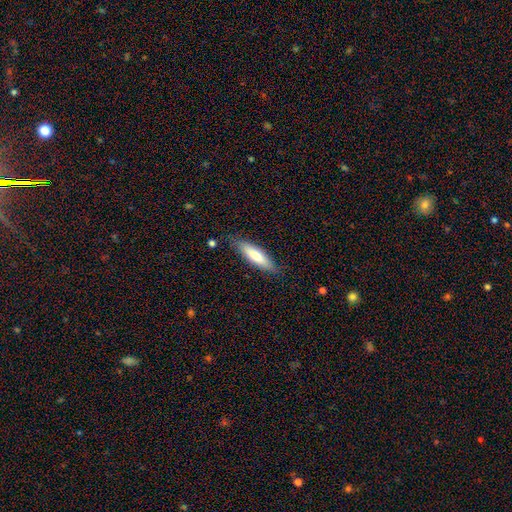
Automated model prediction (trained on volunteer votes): The model was most divided on "how rounded": cigar-shaped: 64%, in between: 35%, round: 1%. More confident: merging — none (82%); smooth or featured — smooth (74%).